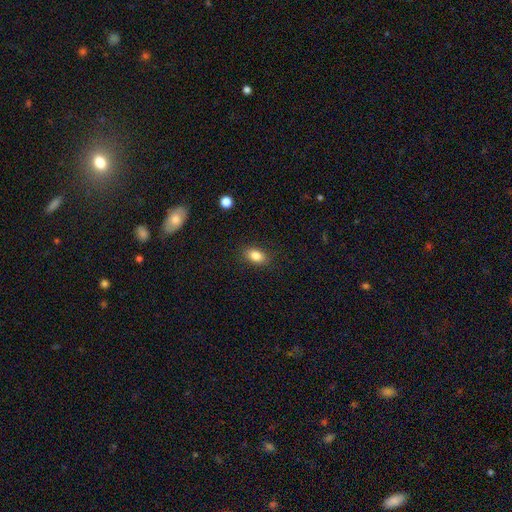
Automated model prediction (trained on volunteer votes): A smooth galaxy with no disk features (85%) that is in between round and cigar-shaped (86%).

Vote fractions:
- Smooth or featured? smooth: 85% / star or artifact: 9% / featured or disk: 7%
- How rounded? in between: 86% / round: 11% / cigar-shaped: 3%
- Merging? none: 86% / minor disturbance: 10% / major disturbance: 3% / merger: 1%